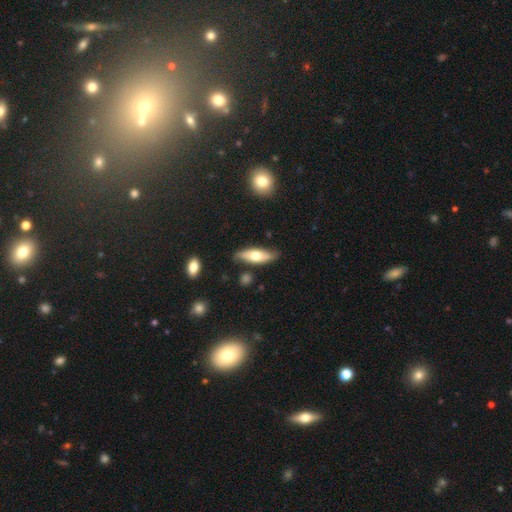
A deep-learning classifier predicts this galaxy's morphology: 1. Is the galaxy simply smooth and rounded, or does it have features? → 58% smooth, 36% featured or disk, 6% star or artifact.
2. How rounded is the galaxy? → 56% in between, 42% cigar-shaped, 2% round.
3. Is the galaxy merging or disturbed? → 78% none, 16% minor disturbance, 3% merger, 3% major disturbance.